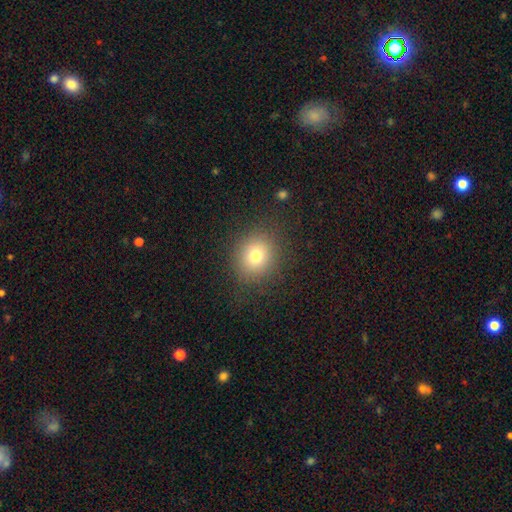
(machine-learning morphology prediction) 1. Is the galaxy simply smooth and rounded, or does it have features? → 76% smooth, 14% star or artifact, 10% featured or disk.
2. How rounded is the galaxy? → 82% round, 17% in between, 1% cigar-shaped.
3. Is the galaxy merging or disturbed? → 86% none, 8% minor disturbance, 4% major disturbance, 1% merger.